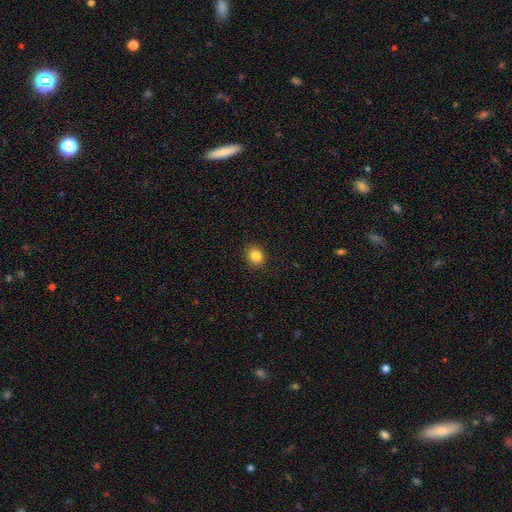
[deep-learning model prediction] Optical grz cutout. It shows a smooth galaxy with no disk features (84%) that is round (82%). Merging: none (91%).